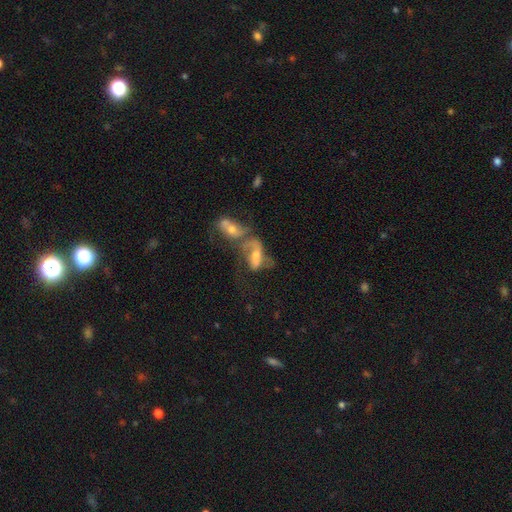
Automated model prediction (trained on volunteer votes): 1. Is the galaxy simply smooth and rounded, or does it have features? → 57% featured or disk, 31% smooth, 12% star or artifact.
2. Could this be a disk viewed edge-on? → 88% no, 12% yes.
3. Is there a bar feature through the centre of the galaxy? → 46% no, 35% weak, 18% strong.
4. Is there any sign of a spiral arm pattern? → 61% yes, 39% no.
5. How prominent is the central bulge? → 48% moderate, 31% small, 12% none, 8% large, 2% dominant.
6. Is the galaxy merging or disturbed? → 60% merger, 15% none, 15% major disturbance, 10% minor disturbance.